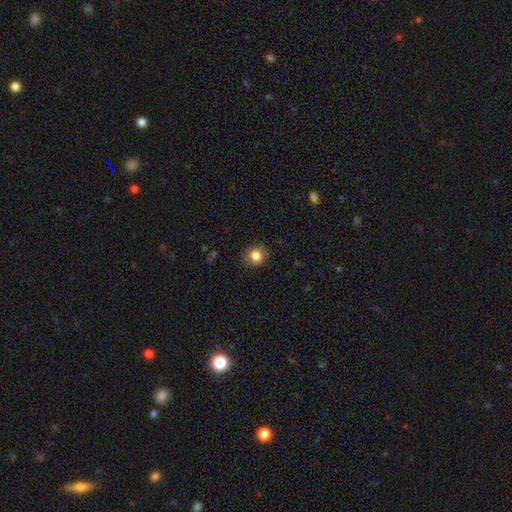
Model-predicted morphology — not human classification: This is clearly a smooth galaxy (81%). How rounded: clearly round (85%). Merging: clearly none (87%).